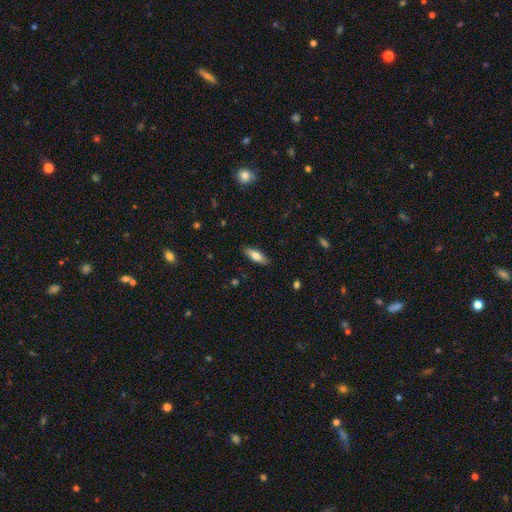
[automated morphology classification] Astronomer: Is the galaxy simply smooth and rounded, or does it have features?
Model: smooth — 72%.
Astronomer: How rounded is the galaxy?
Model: in between — 60% (runner-up: cigar-shaped, 38%).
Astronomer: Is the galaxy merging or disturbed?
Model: none — 88%.